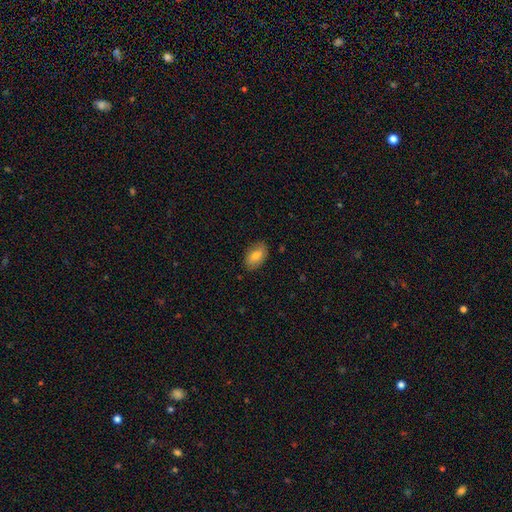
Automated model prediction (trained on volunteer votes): Smooth or featured? Predicted: smooth (p=0.77). How rounded? Predicted: in between (p=0.92). Merging? Predicted: none (p=0.84).